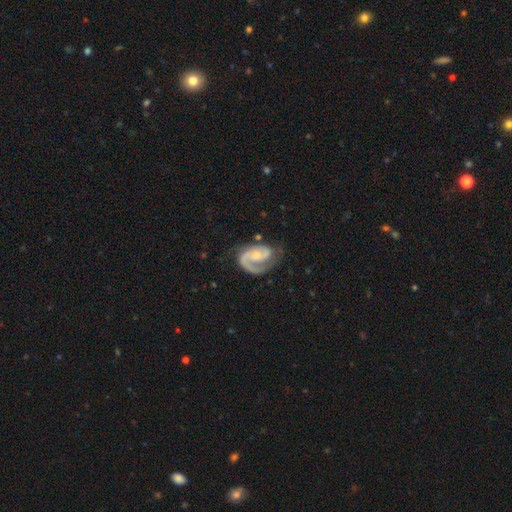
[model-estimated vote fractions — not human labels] Q: Smooth or featured?
A: featured or disk (89%); runner-up: smooth (7%)
Q: Edge-on disk?
A: no (98%); runner-up: yes (2%)
Q: Bar?
A: no (59%); runner-up: weak (32%)
Q: Spiral arms?
A: yes (97%); runner-up: no (3%)
Q: Spiral winding?
A: medium (47%); runner-up: tight (38%)
Q: Spiral arm count?
A: 2 (58%); runner-up: 1 (35%)
Q: Bulge size?
A: small (57%); runner-up: moderate (33%)
Q: Merging?
A: none (63%); runner-up: minor disturbance (21%)